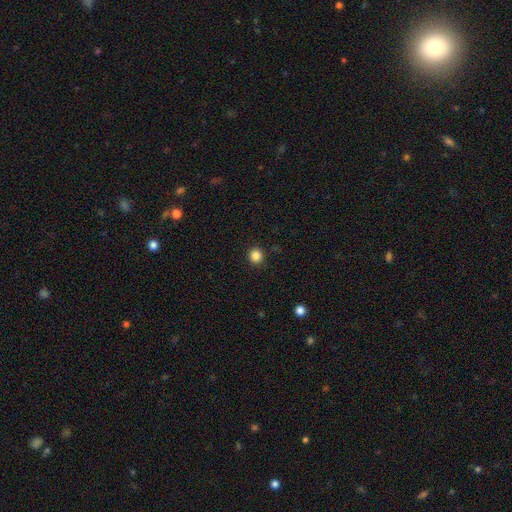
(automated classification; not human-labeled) Smooth or featured: smooth — 85% (star or artifact — 11%)
How rounded: round — 91% (in between — 8%)
Merging: none — 91% (minor disturbance — 6%)